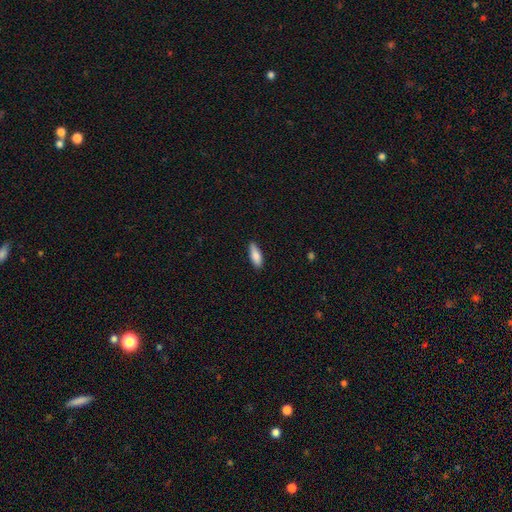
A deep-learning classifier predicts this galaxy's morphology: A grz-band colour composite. It shows a smooth galaxy with no disk features (85%) that is in between round and cigar-shaped (66%). Merging: none (80%).